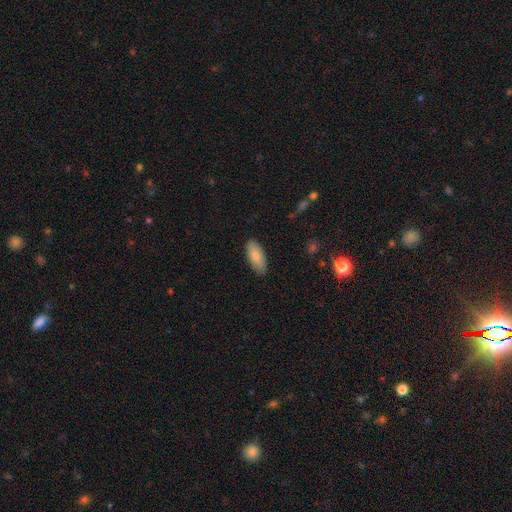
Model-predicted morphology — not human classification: Smooth or featured?
  - smooth: 83% *
  - featured or disk: 11%
  - star or artifact: 6%
How rounded?
  - in between: 86% *
  - cigar-shaped: 12%
  - round: 2%
Merging?
  - none: 86% *
  - minor disturbance: 11%
  - major disturbance: 2%
  - merger: 1%